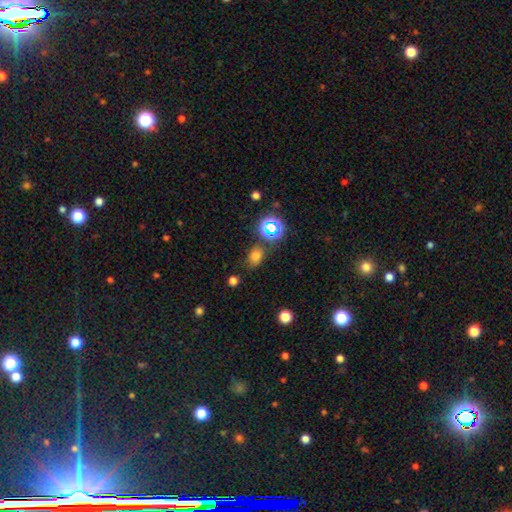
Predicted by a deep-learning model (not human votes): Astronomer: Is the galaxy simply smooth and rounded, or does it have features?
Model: smooth — 71%.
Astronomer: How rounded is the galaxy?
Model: in between — 67%.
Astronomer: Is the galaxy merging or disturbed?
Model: none — 75%.